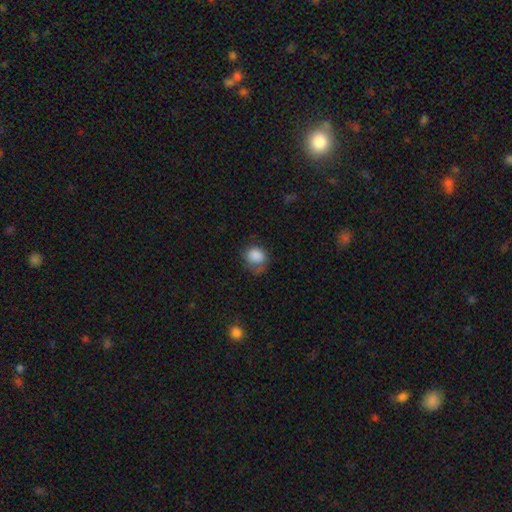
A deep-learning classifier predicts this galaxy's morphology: Smooth or featured?
  - smooth: 85% *
  - star or artifact: 8%
  - featured or disk: 7%
How rounded?
  - round: 63% *
  - in between: 37%
  - cigar-shaped: 1%
Merging?
  - none: 47% *
  - minor disturbance: 32%
  - major disturbance: 19%
  - merger: 3%